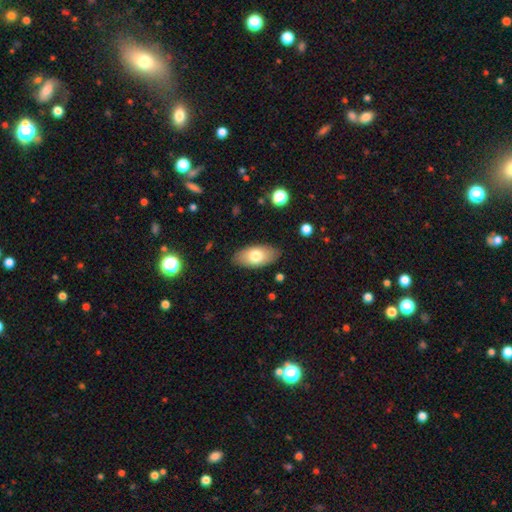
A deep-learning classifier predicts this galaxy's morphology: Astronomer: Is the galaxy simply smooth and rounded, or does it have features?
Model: smooth — 73%.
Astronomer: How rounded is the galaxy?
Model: in between — 92%.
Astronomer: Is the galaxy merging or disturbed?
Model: none — 85%.